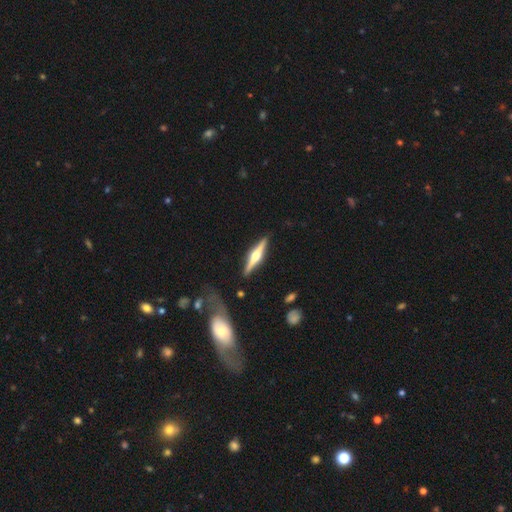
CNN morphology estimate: Smooth or featured?
  - featured or disk: 77% *
  - smooth: 18%
  - star or artifact: 5%
Edge-on disk?
  - yes: 98% *
  - no: 2%
Edge-on bulge?
  - rounded: 93% *
  - boxy: 4%
  - none: 2%
Merging?
  - none: 88% *
  - minor disturbance: 8%
  - major disturbance: 2%
  - merger: 2%